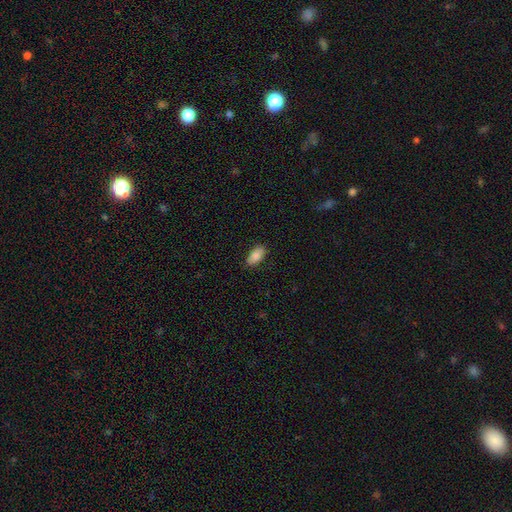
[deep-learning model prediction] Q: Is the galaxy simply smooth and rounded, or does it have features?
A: smooth — 83%.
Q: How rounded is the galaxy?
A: in between — 92%.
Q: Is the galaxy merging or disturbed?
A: none — 87%.